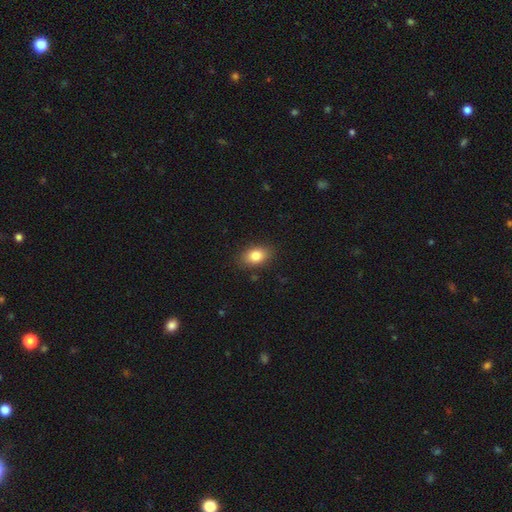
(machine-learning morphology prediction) A smooth galaxy with no disk features (83%) that is in between round and cigar-shaped (82%). Merging: none (86%).